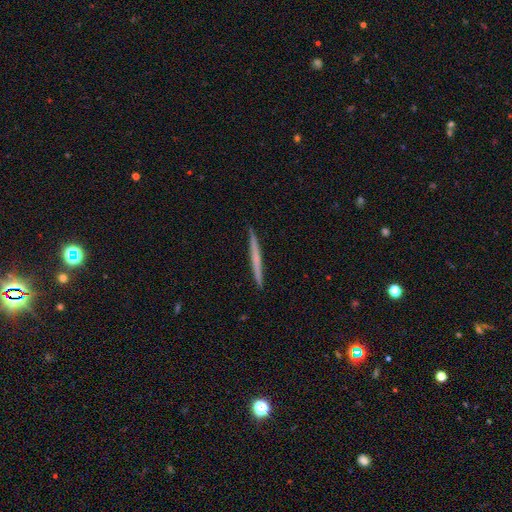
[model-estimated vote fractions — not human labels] Overall: featured or disk (47%, tied with smooth). Merging: none (92%).